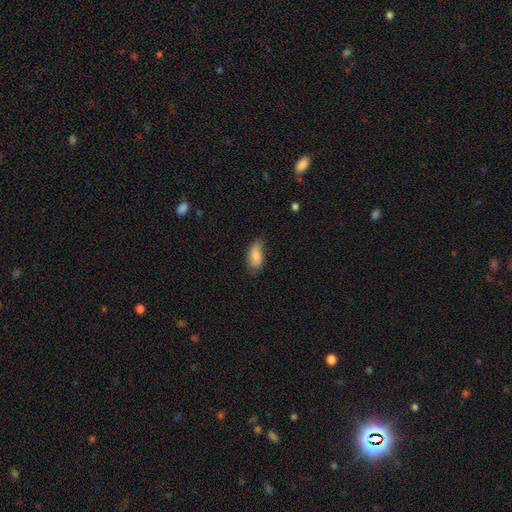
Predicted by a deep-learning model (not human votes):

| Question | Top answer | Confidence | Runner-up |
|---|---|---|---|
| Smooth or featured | smooth | 83% | featured or disk (10%) |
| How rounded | in between | 91% | cigar-shaped (6%) |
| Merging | none | 66% | minor disturbance (28%) |